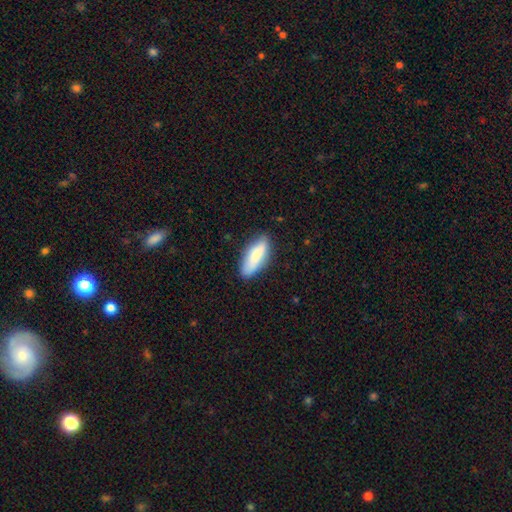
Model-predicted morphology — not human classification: Overall: smooth (79%). How rounded: in between (59%; cigar-shaped 39%). Merging: none (80%).